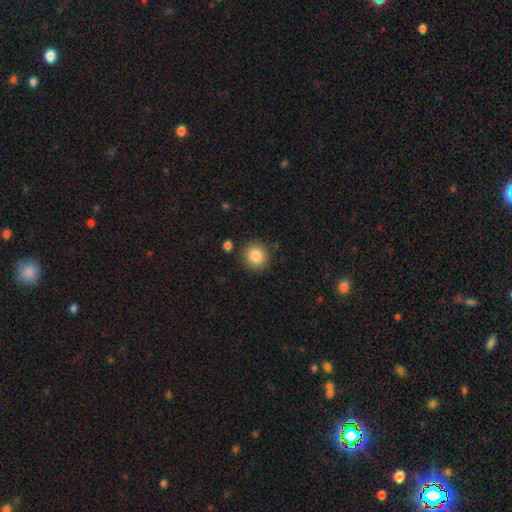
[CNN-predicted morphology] smooth_or_featured: smooth (p=0.85) [alt: star or artifact p=0.09]
how_rounded: round (p=0.92) [alt: in between p=0.07]
merging: none (p=0.87) [alt: minor disturbance p=0.07]